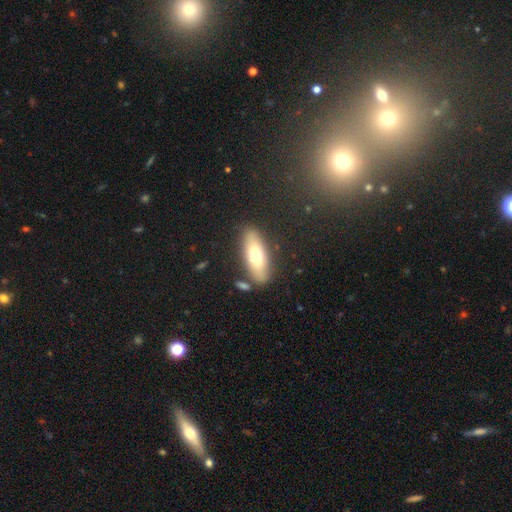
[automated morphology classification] smooth 67%, featured or disk 26%, star or artifact 7%. Down the decision tree: how rounded — in between (64%); merging — none (82%).